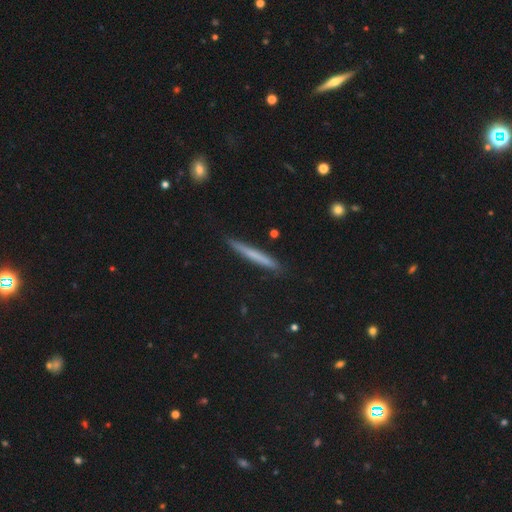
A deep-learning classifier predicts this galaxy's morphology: smooth 59%, featured or disk 35%, star or artifact 7%. Down the decision tree: how rounded — cigar-shaped (97%); merging — none (88%).